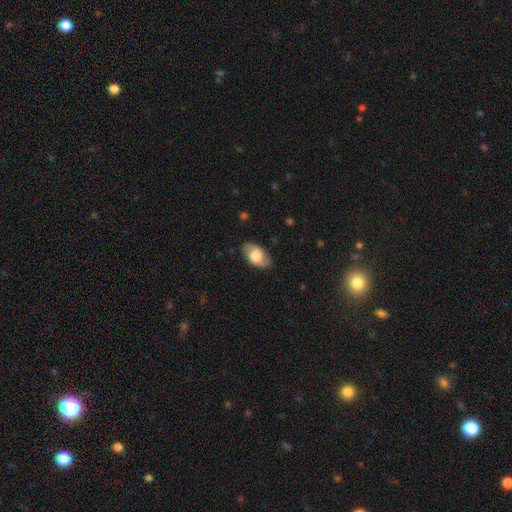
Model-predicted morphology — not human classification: This appears to be a smooth galaxy with no disk features (65%) that is in between round and cigar-shaped (92%). Merging: none (82%).